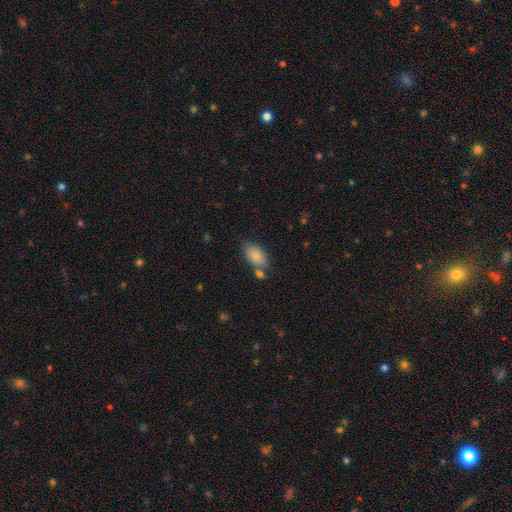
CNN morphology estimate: A smooth galaxy with no disk features (86%) that is in between round and cigar-shaped (92%). Merging: none (64%).